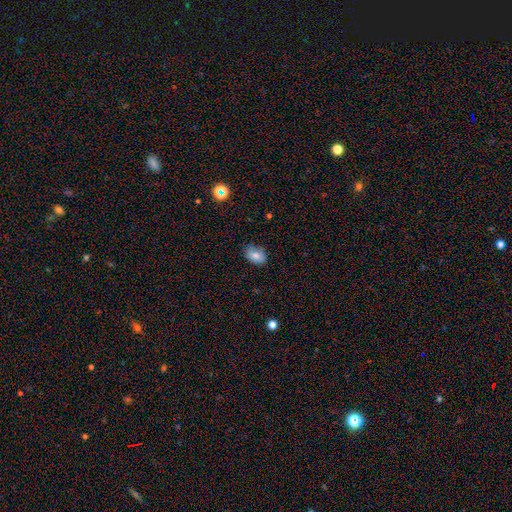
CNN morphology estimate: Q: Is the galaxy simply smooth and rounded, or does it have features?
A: smooth — 79%.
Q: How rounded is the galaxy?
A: in between — 82%.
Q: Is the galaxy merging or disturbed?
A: none — 74%.